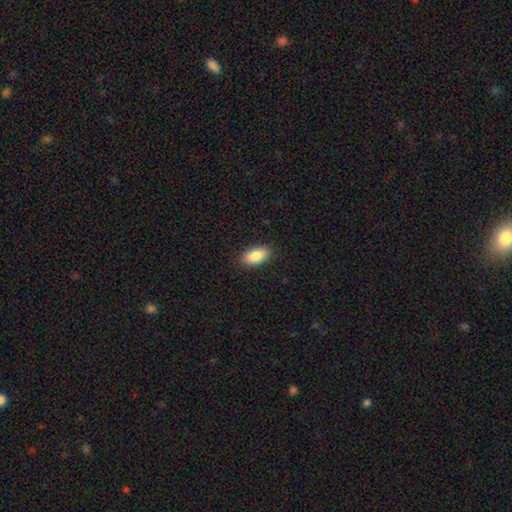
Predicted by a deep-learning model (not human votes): smooth 87%, featured or disk 7%, star or artifact 7%. Down the decision tree: how rounded — in between (92%); merging — none (89%).